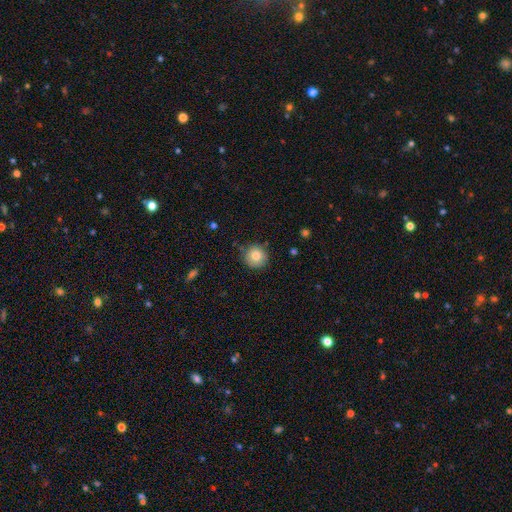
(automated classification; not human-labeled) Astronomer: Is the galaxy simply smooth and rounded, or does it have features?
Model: smooth — 82%.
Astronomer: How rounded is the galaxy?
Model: round — 93%.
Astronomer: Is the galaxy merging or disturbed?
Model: none — 85%.